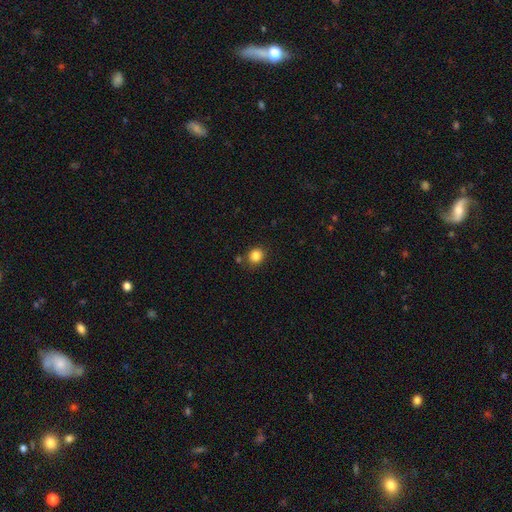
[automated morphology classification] smooth 84%, star or artifact 11%, featured or disk 5%. Down the decision tree: how rounded — round (79%); merging — none (82%).